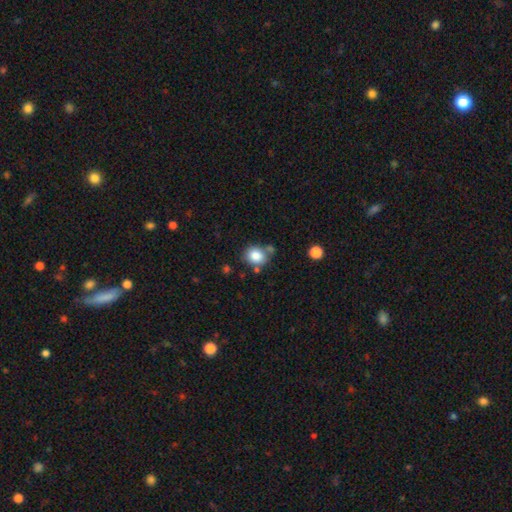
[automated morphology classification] This appears to be a smooth galaxy with no disk features (84%) that is round (68%). Merging: none (67%).